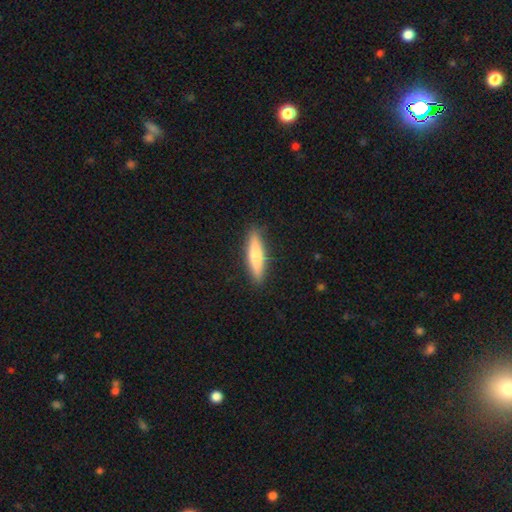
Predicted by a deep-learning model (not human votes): Smooth or featured?
  - smooth: 68% *
  - featured or disk: 27%
  - star or artifact: 5%
How rounded?
  - cigar-shaped: 83% *
  - in between: 16%
  - round: 2%
Merging?
  - none: 90% *
  - minor disturbance: 7%
  - major disturbance: 2%
  - merger: 1%